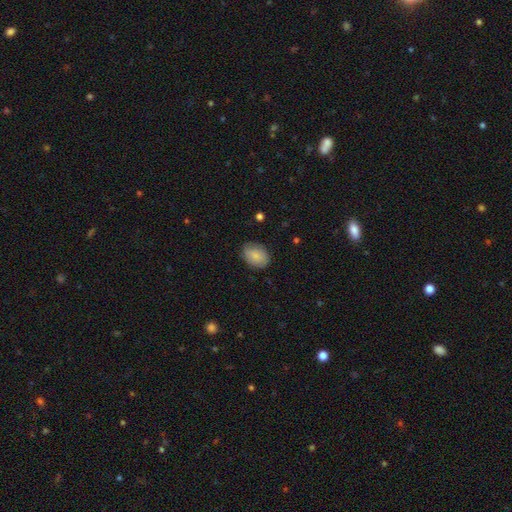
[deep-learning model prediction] A smooth galaxy with no disk features (81%) that is in between round and cigar-shaped (73%). Merging: none (78%).